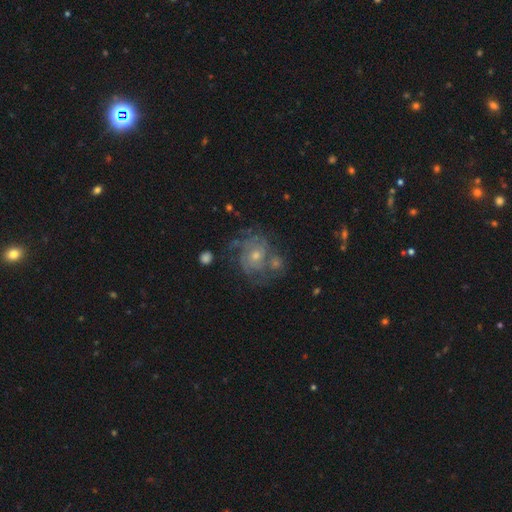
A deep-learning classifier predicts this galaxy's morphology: Smooth or featured? Predicted: featured or disk (p=0.77). Edge-on disk? Predicted: no (p=0.98). Bar? Predicted: no (p=0.76). Spiral arms? Predicted: yes (p=0.88). Spiral winding? Predicted: tight (p=0.55). Spiral arm count? Predicted: can't tell (p=0.40). Bulge size? Predicted: moderate (p=0.51). Merging? Predicted: none (p=0.54).